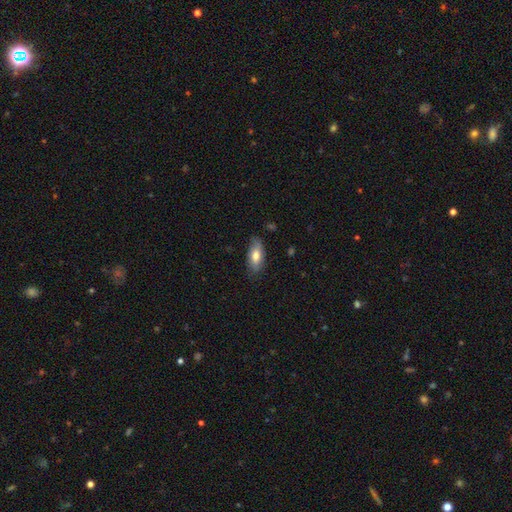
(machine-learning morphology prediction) smooth 74%, featured or disk 19%, star or artifact 6%. Down the decision tree: how rounded — in between (84%); merging — none (75%).